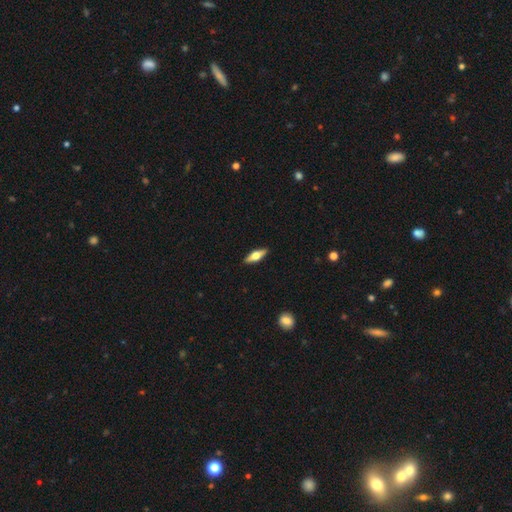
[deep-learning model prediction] featured or disk 54%, smooth 40%, star or artifact 6%. Down the decision tree: edge-on disk — yes (94%); edge-on bulge — rounded (94%); merging — none (90%).